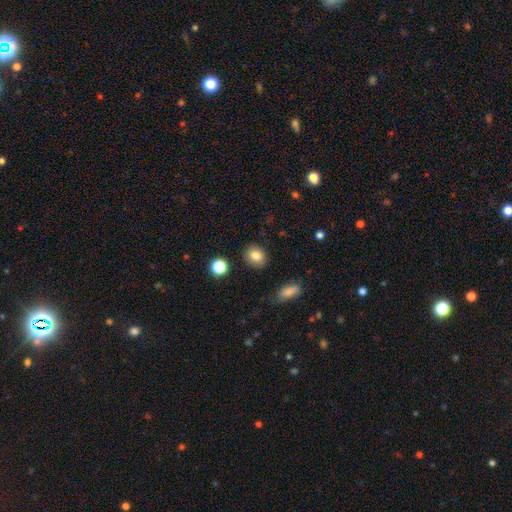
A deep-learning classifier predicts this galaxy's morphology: This is clearly a smooth galaxy (82%). How rounded: likely round (71%). Merging: clearly none (88%).